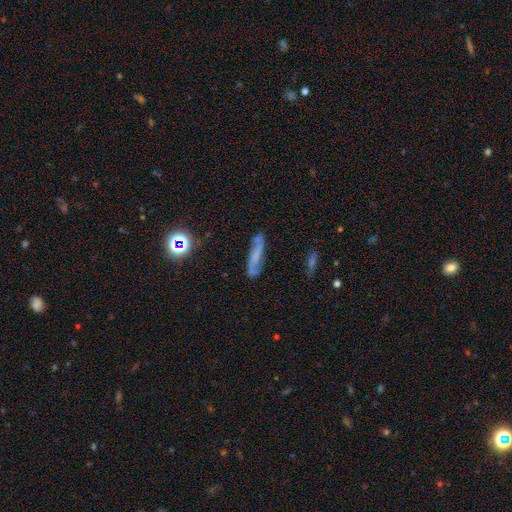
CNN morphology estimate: smooth-or-featured: featured or disk: 58% | smooth: 28% | star or artifact: 14%
  disk-edge-on: no: 72% | yes: 28%
  merging: none: 71% | minor disturbance: 19% | major disturbance: 6% | merger: 4%